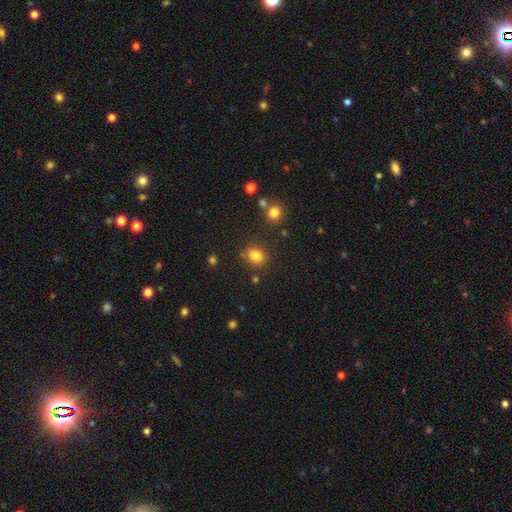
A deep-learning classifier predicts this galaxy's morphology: Q: Smooth or featured?
A: smooth (82%); runner-up: star or artifact (12%)
Q: How rounded?
A: round (58%); runner-up: in between (41%)
Q: Merging?
A: none (82%); runner-up: minor disturbance (10%)